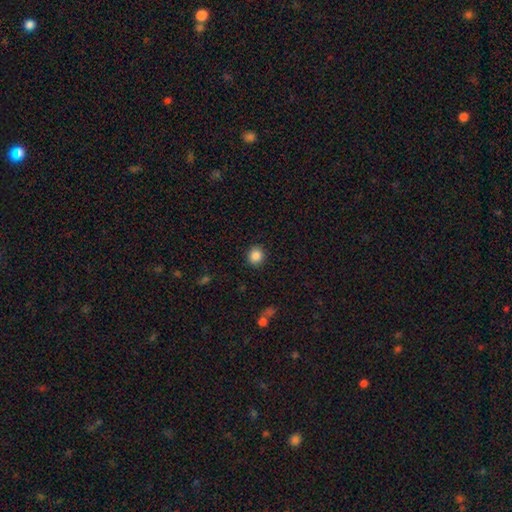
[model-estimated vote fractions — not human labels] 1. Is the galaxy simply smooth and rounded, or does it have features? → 86% smooth, 10% star or artifact, 4% featured or disk.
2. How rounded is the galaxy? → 86% round, 13% in between, 1% cigar-shaped.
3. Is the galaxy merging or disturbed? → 91% none, 6% minor disturbance, 2% major disturbance, 1% merger.